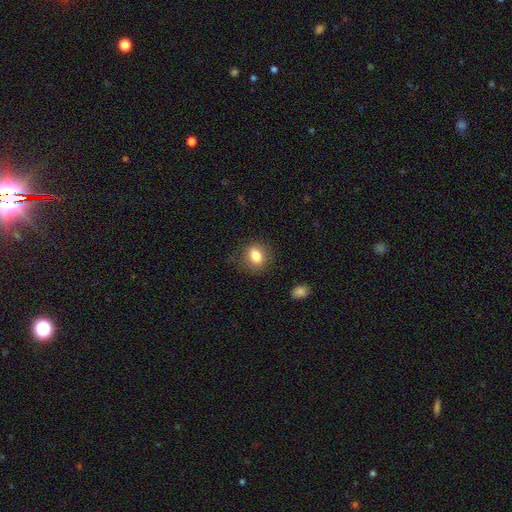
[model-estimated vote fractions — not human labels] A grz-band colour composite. It shows a smooth galaxy with no disk features (83%) that is in between round and cigar-shaped (51%). Merging: none (81%).